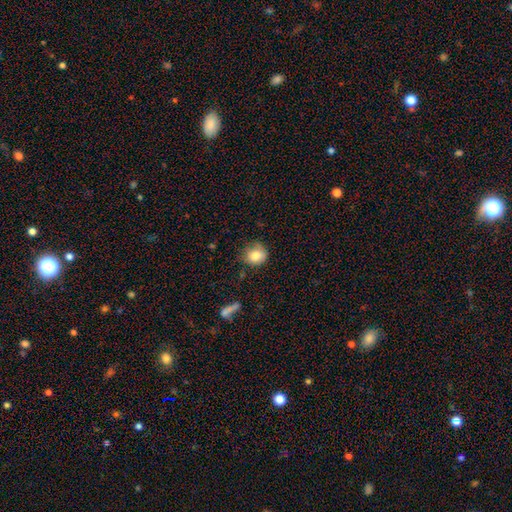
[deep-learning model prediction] smooth 82%, star or artifact 9%, featured or disk 9%. Down the decision tree: how rounded — round (78%); merging — none (70%).